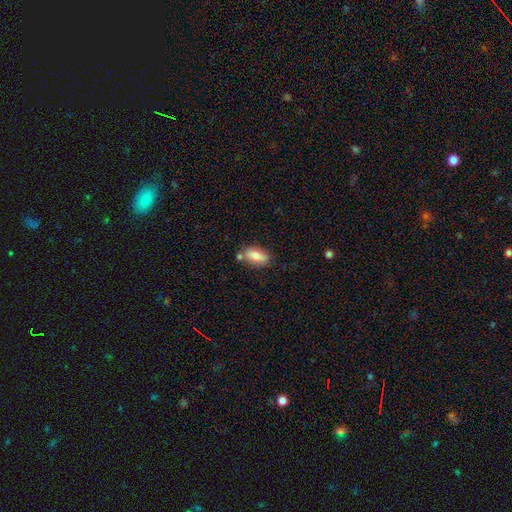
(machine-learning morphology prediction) The model was most divided on "merging": none: 68%, minor disturbance: 15%, merger: 13%, major disturbance: 3%. More confident: how rounded — in between (84%); smooth or featured — smooth (78%).